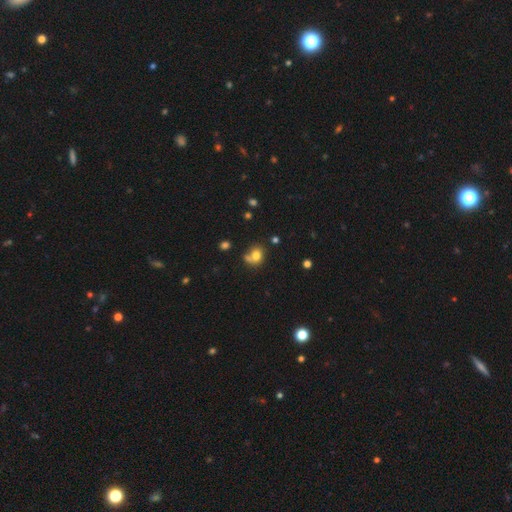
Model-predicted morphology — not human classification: A smooth galaxy with no disk features (76%) that is round (64%).

Vote fractions:
- Smooth or featured? smooth: 76% / star or artifact: 12% / featured or disk: 12%
- How rounded? round: 64% / in between: 35% / cigar-shaped: 1%
- Merging? none: 47% / merger: 27% / minor disturbance: 17% / major disturbance: 9%